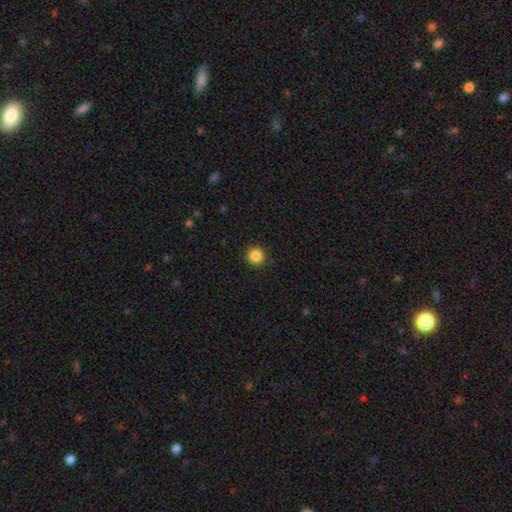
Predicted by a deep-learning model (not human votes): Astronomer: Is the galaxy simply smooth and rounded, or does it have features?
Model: smooth — 86%.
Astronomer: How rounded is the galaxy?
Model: round — 94%.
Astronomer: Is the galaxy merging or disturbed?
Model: none — 92%.